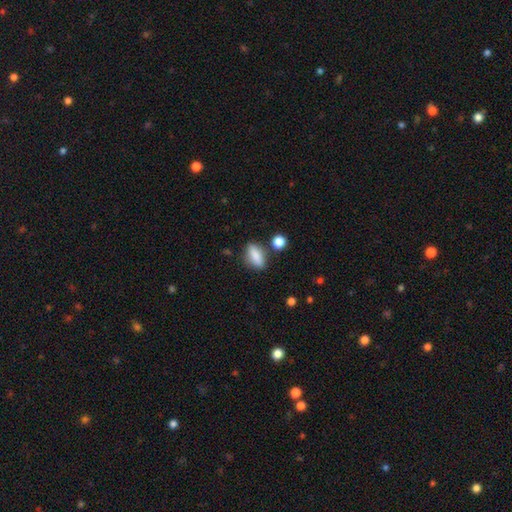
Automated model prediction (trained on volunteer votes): Q: Smooth or featured?
A: smooth (80%); runner-up: featured or disk (12%)
Q: How rounded?
A: in between (70%); runner-up: cigar-shaped (22%)
Q: Merging?
A: none (74%); runner-up: minor disturbance (15%)